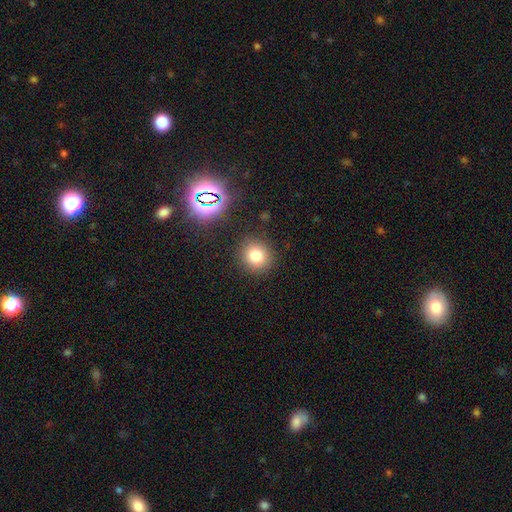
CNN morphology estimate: A smooth galaxy with no disk features (77%) that is round (88%).

Vote fractions:
- Smooth or featured? smooth: 77% / star or artifact: 16% / featured or disk: 8%
- How rounded? round: 88% / in between: 11% / cigar-shaped: 1%
- Merging? none: 86% / minor disturbance: 9% / major disturbance: 3% / merger: 2%